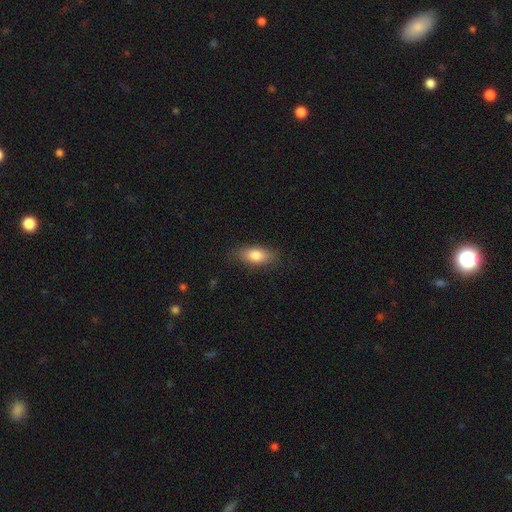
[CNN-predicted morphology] Smooth or featured? smooth (79%)
How rounded? in between (81%)
Merging? none (82%)